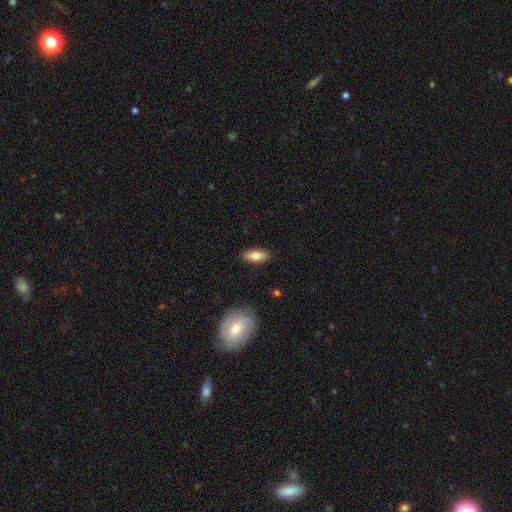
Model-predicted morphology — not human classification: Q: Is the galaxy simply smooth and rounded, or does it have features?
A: smooth — 77%.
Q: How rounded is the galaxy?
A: in between — 78%.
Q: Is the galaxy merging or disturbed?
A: none — 87%.